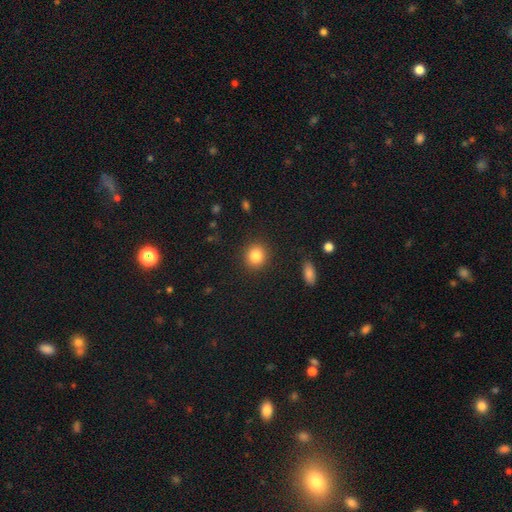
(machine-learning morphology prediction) smooth_or_featured: smooth (p=0.84) [alt: star or artifact p=0.09]
how_rounded: round (p=0.83) [alt: in between p=0.16]
merging: none (p=0.90) [alt: minor disturbance p=0.06]